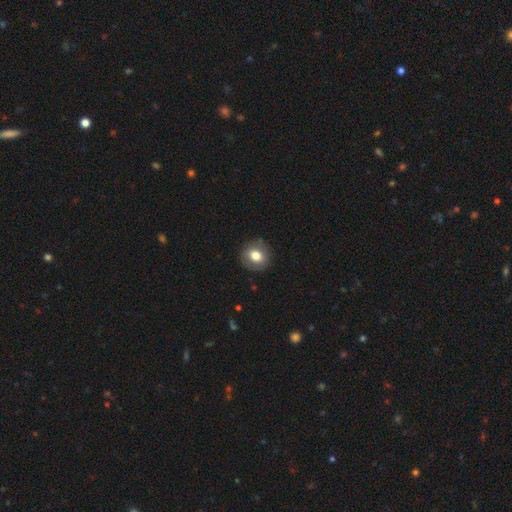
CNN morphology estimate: Q: Smooth or featured?
A: smooth (74%); runner-up: featured or disk (17%)
Q: How rounded?
A: round (79%); runner-up: in between (20%)
Q: Merging?
A: none (87%); runner-up: minor disturbance (9%)